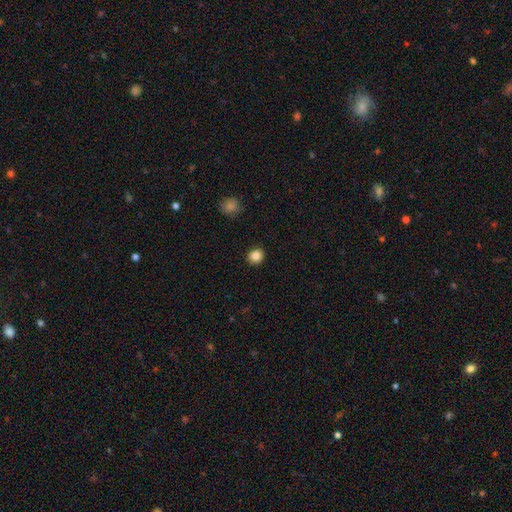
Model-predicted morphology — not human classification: Smooth or featured? smooth (84%)
How rounded? round (84%)
Merging? none (92%)